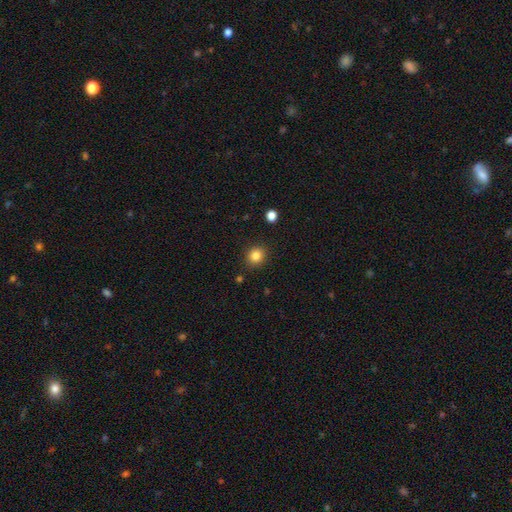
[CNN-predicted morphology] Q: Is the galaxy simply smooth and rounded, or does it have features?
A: smooth — 84%.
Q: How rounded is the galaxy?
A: round — 81%.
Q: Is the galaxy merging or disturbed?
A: none — 88%.